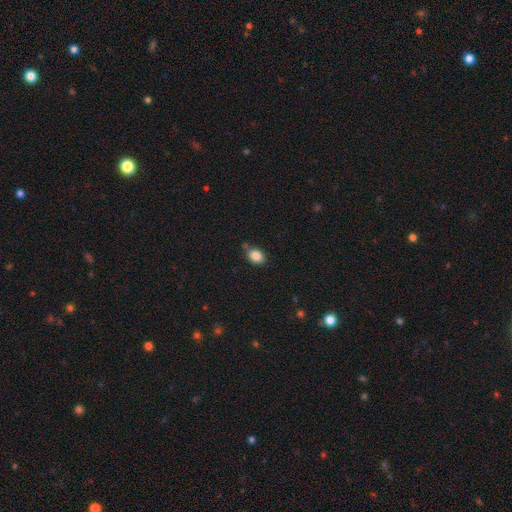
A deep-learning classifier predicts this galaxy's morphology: smooth-or-featured: smooth: 85% | star or artifact: 9% | featured or disk: 6%
  how-rounded: in between: 70% | round: 29% | cigar-shaped: 1%
  merging: none: 71% | minor disturbance: 19% | merger: 6% | major disturbance: 4%